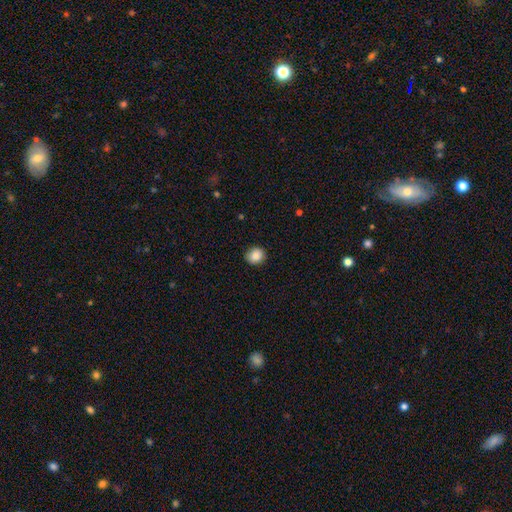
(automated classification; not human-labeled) smooth_or_featured: smooth (p=0.87) [alt: star or artifact p=0.09]
how_rounded: round (p=0.86) [alt: in between p=0.13]
merging: none (p=0.89) [alt: minor disturbance p=0.08]